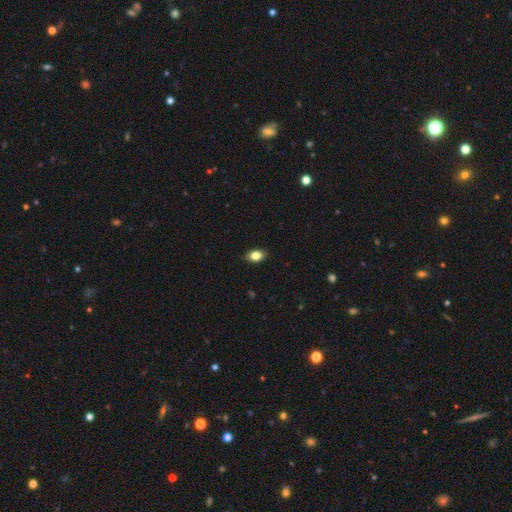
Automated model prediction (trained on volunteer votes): Smooth or featured?
  - smooth: 83% *
  - star or artifact: 8%
  - featured or disk: 8%
How rounded?
  - in between: 83% *
  - round: 15%
  - cigar-shaped: 2%
Merging?
  - none: 86% *
  - minor disturbance: 11%
  - major disturbance: 2%
  - merger: 1%